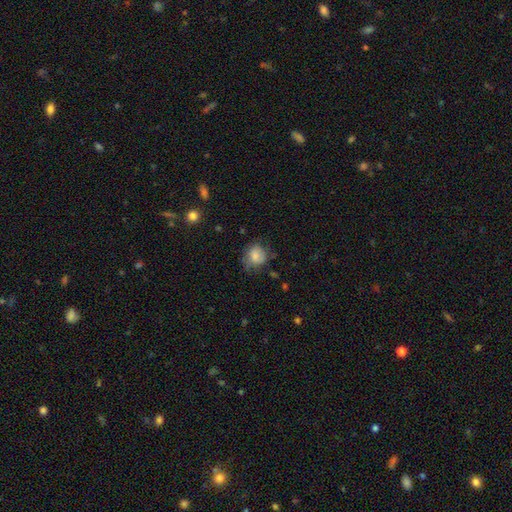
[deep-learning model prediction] Overall: smooth (77%). How rounded: round (70%). Merging: none (57%; minor disturbance 29%).